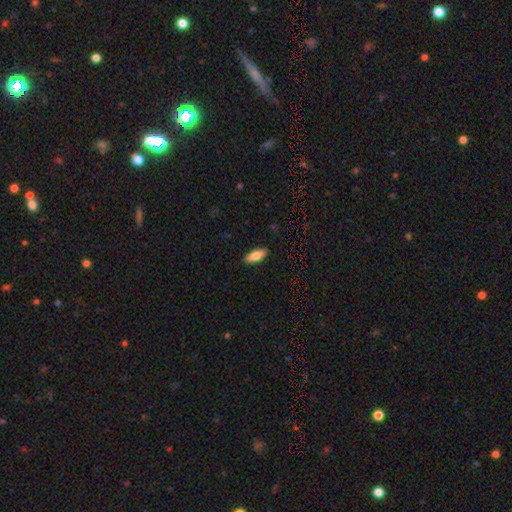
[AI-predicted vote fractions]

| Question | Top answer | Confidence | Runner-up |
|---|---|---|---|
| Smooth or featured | smooth | 75% | featured or disk (19%) |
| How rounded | in between | 72% | cigar-shaped (26%) |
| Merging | none | 90% | minor disturbance (7%) |